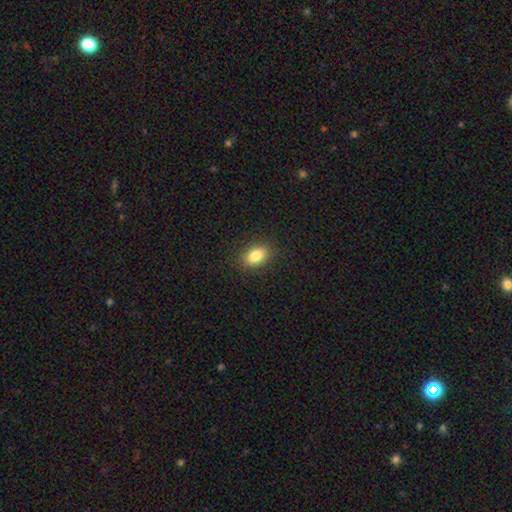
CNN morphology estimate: Overall: smooth (85%). How rounded: in between (84%). Merging: none (89%).